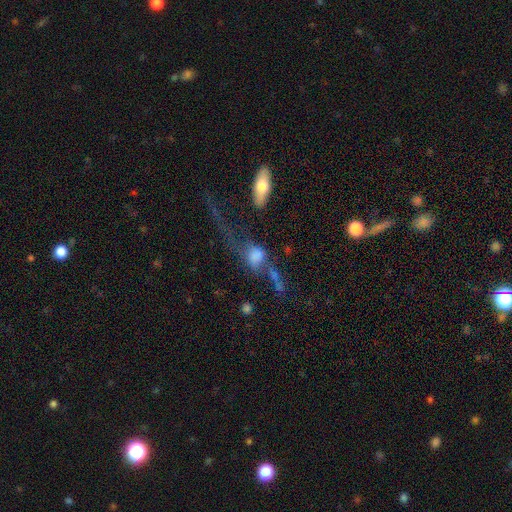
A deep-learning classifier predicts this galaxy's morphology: smooth_or_featured: smooth (p=0.53) [alt: featured or disk p=0.33]
how_rounded: in between (p=0.51) [alt: round p=0.41]
merging: major disturbance (p=0.38) [alt: none p=0.25]